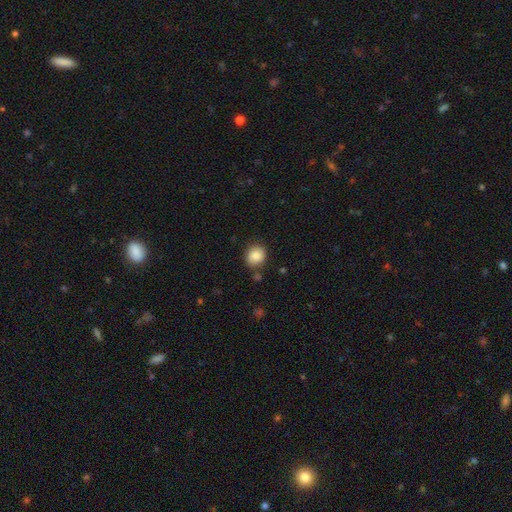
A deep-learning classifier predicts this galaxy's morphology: This appears to be a smooth galaxy with no disk features (84%) that is round (80%). Merging: none (81%).